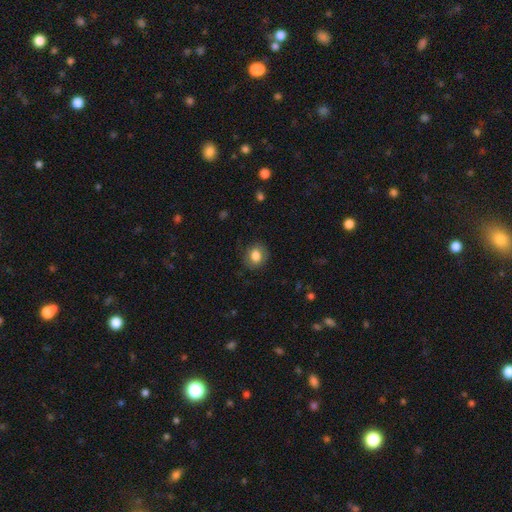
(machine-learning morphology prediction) This is clearly a smooth galaxy (80%). How rounded: likely round (65%). Merging: clearly none (84%).